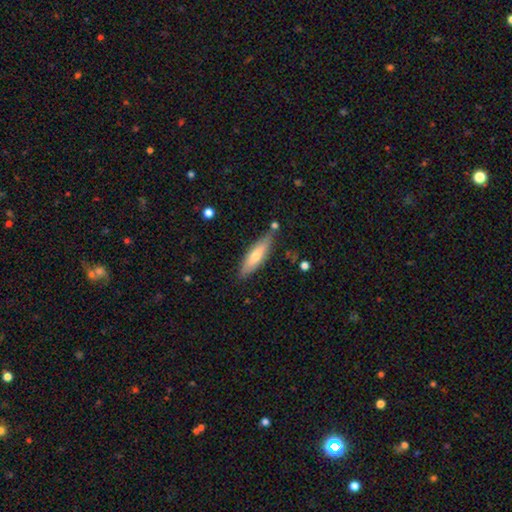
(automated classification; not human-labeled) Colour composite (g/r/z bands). It shows a smooth galaxy with no disk features (62%) that is cigar-shaped (66%). Merging: none (79%).